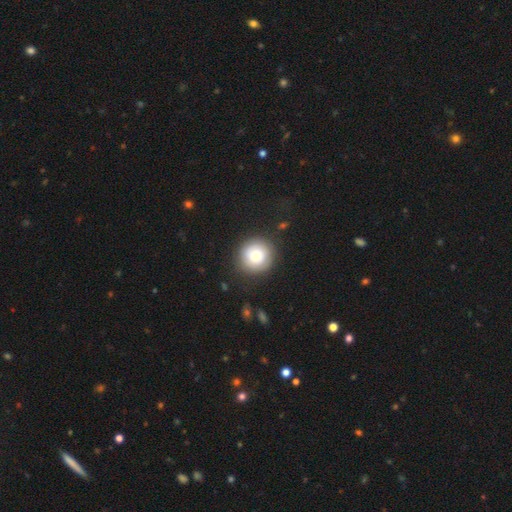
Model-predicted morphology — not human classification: Smooth or featured? Predicted: smooth (p=0.72). How rounded? Predicted: round (p=0.93). Merging? Predicted: none (p=0.84).